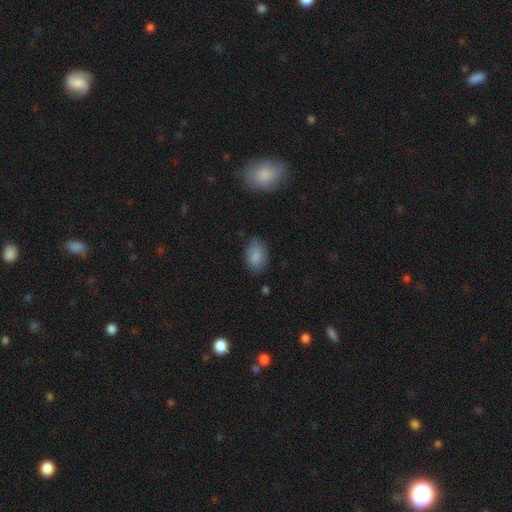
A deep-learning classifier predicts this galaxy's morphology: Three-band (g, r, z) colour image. It shows a smooth galaxy with no disk features (85%) that is in between round and cigar-shaped (90%). Merging: none (75%).